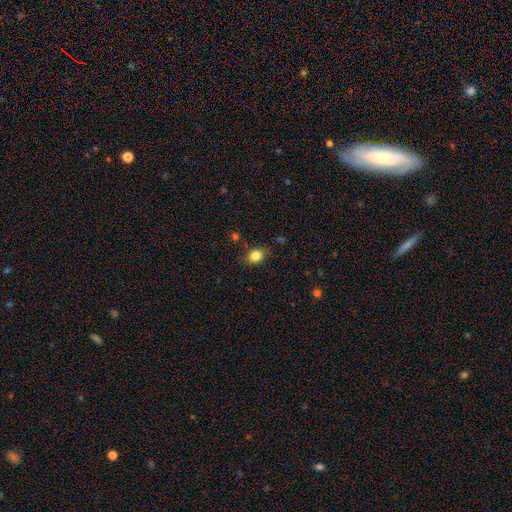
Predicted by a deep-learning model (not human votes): This appears to be a smooth galaxy with no disk features (83%) that is round (50%). Merging: none (79%).